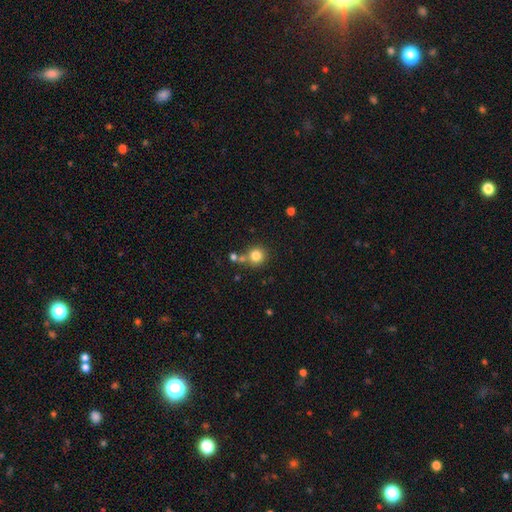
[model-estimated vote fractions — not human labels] Smooth or featured? smooth (81%)
How rounded? round (91%)
Merging? none (67%)